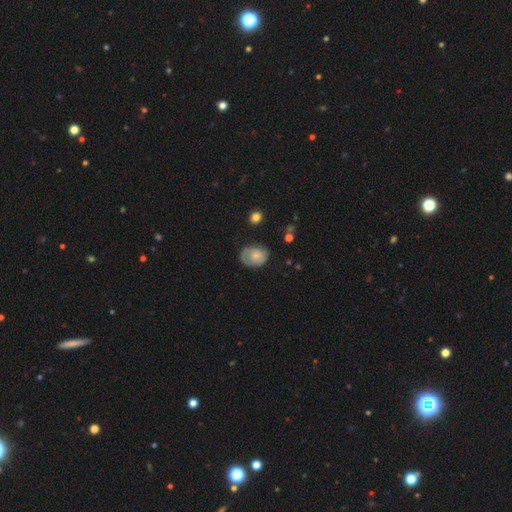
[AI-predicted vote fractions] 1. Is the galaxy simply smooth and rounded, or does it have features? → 49% smooth, 44% featured or disk, 7% star or artifact.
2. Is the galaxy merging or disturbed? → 59% none, 27% minor disturbance, 11% major disturbance, 2% merger.